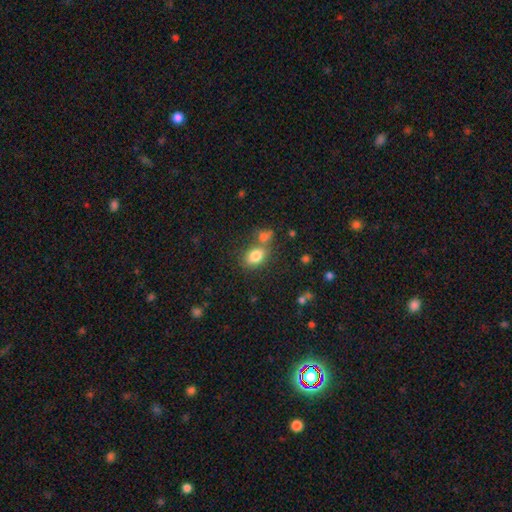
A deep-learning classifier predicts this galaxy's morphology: Smooth or featured? smooth (81%)
How rounded? in between (72%)
Merging? none (55%)